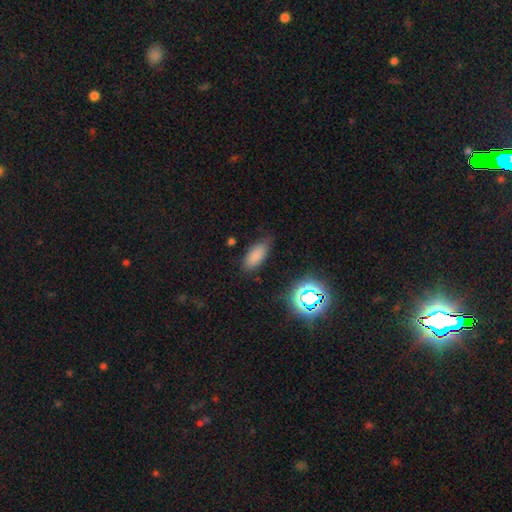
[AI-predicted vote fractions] This is likely a smooth galaxy (79%). How rounded: clearly in between (85%). Merging: likely none (77%).